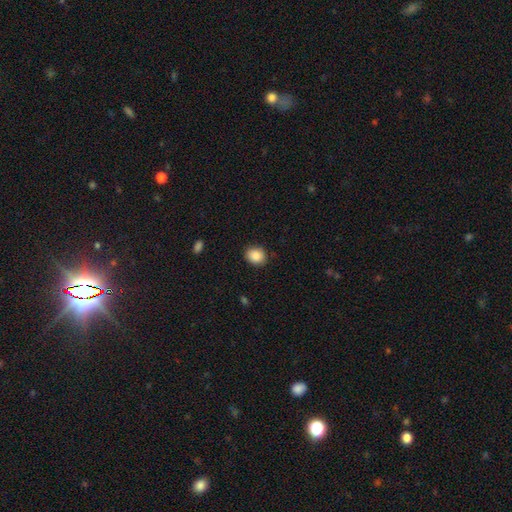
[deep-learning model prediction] A smooth galaxy with no disk features (88%) that is round (62%).

Vote fractions:
- Smooth or featured? smooth: 88% / star or artifact: 8% / featured or disk: 3%
- How rounded? round: 62% / in between: 37% / cigar-shaped: 1%
- Merging? none: 88% / minor disturbance: 9% / major disturbance: 2% / merger: 1%